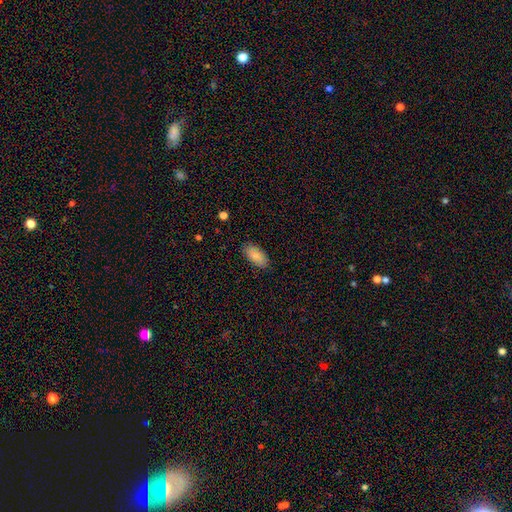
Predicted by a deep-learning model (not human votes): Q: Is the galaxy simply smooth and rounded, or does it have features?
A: smooth — 84%.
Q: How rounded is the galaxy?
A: in between — 94%.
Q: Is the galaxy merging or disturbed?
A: none — 87%.